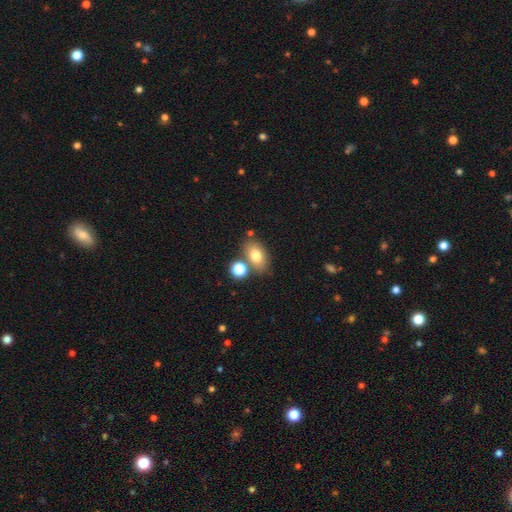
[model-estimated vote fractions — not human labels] smooth 76%, featured or disk 13%, star or artifact 10%. Down the decision tree: how rounded — in between (83%); merging — none (67%).